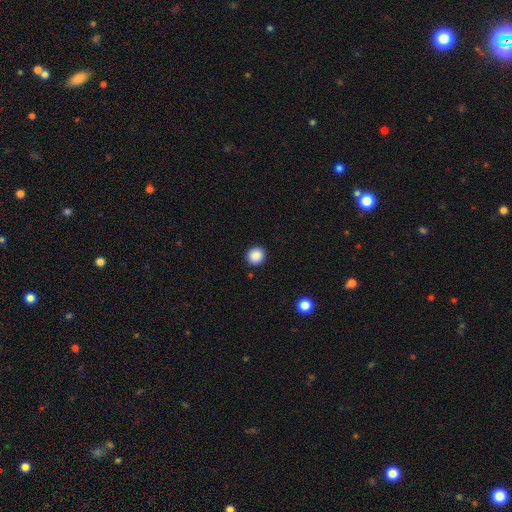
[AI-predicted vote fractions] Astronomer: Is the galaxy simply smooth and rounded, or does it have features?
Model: smooth — 88%.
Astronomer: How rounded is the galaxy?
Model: round — 92%.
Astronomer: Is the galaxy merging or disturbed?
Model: none — 91%.